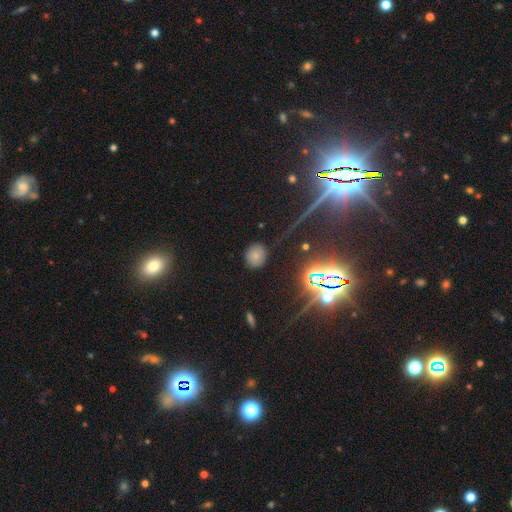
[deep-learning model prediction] Smooth or featured?
  - smooth: 69% *
  - star or artifact: 22%
  - featured or disk: 9%
How rounded?
  - round: 79% *
  - in between: 20%
  - cigar-shaped: 1%
Merging?
  - none: 86% *
  - minor disturbance: 10%
  - major disturbance: 3%
  - merger: 2%